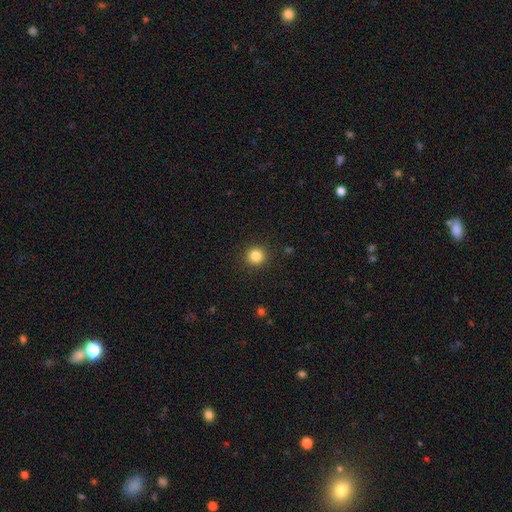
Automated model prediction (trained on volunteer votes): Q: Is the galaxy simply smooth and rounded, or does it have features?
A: smooth — 84%.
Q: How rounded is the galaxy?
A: round — 93%.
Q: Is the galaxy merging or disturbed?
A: none — 92%.